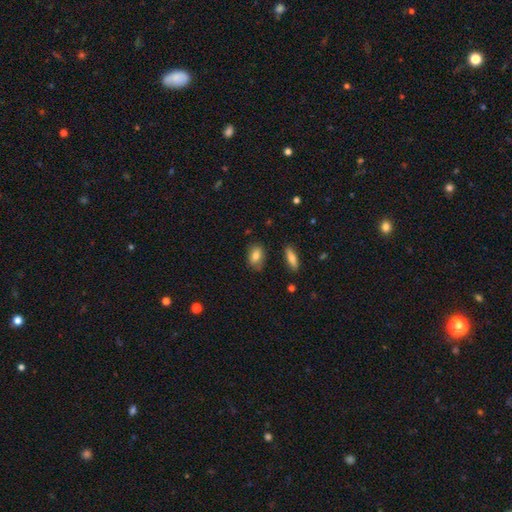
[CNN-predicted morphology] A smooth galaxy with no disk features (79%) that is in between round and cigar-shaped (83%). Merging: none (76%).